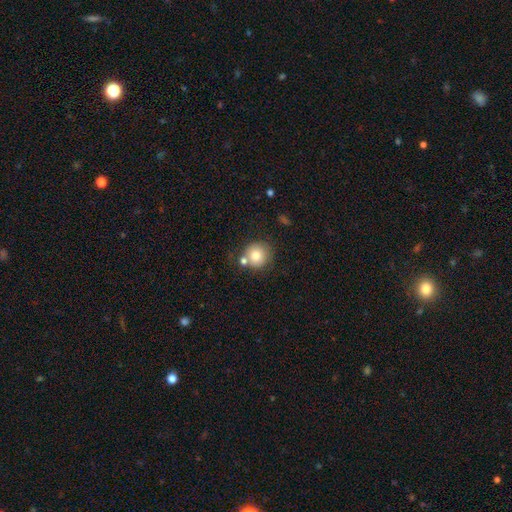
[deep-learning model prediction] Overall: smooth (79%). How rounded: round (90%). Merging: none (63%).